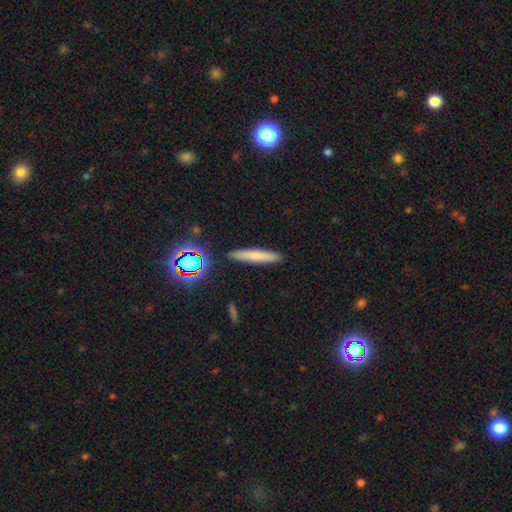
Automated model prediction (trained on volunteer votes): Smooth or featured: smooth — 70% (featured or disk — 18%)
How rounded: cigar-shaped — 91% (in between — 7%)
Merging: none — 90% (minor disturbance — 7%)